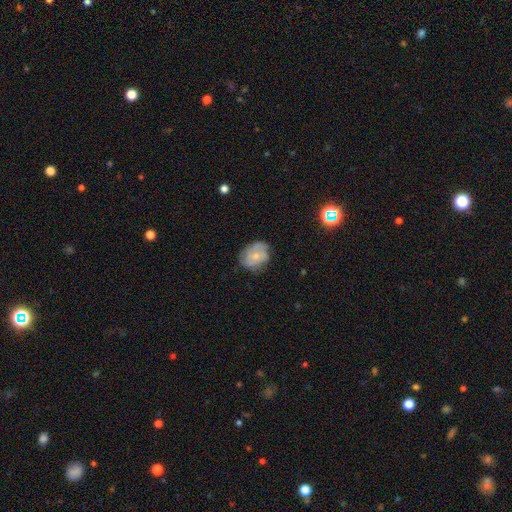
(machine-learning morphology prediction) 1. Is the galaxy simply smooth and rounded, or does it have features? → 51% smooth, 40% featured or disk, 8% star or artifact.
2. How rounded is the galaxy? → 52% in between, 47% round, 1% cigar-shaped.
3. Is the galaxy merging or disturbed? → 64% none, 26% minor disturbance, 8% major disturbance, 2% merger.